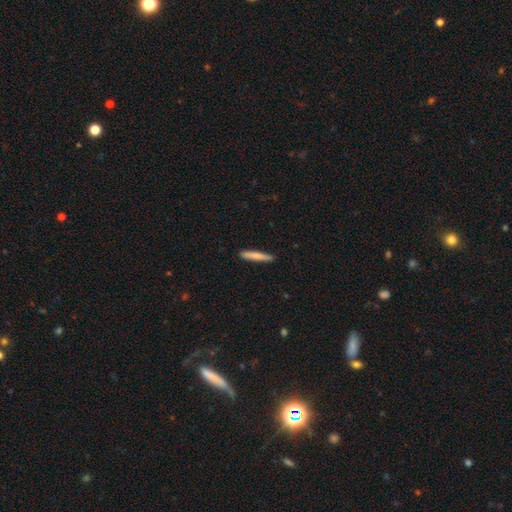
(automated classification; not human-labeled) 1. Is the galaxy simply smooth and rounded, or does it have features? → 78% smooth, 17% featured or disk, 5% star or artifact.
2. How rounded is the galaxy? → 94% cigar-shaped, 4% in between, 1% round.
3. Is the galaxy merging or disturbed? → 90% none, 7% minor disturbance, 1% major disturbance, 1% merger.